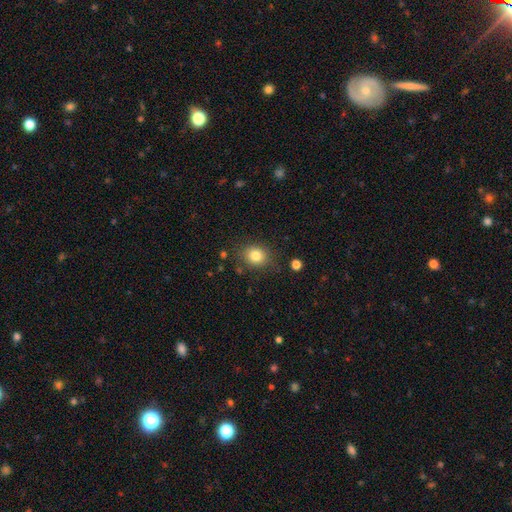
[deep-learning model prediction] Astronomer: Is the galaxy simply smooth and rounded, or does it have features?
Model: smooth — 82%.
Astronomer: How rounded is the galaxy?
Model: round — 64%.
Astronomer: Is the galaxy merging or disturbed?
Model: none — 81%.